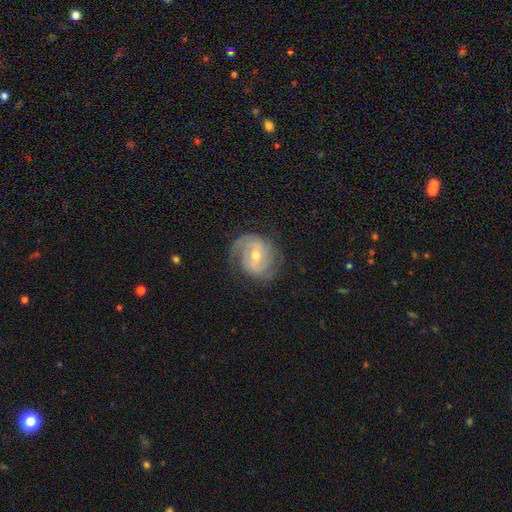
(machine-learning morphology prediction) A featured or disk galaxy (78%) with a weak bar (51%), 2 (58%) tight (43%) spiral arms (91%) and a moderate central bulge (54%). Merging: none (68%).